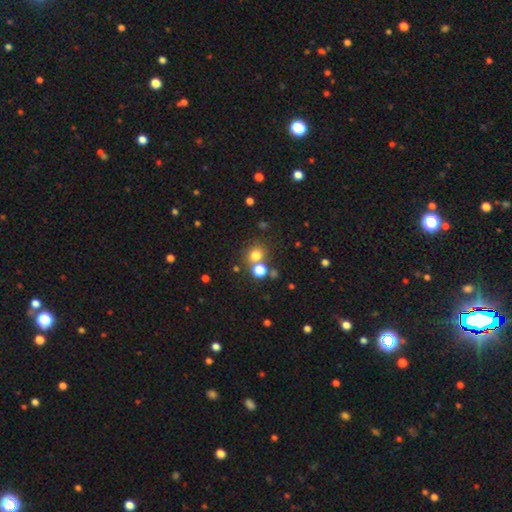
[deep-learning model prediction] This appears to be a smooth galaxy with no disk features (73%) that is round (81%). Merging: none (67%).